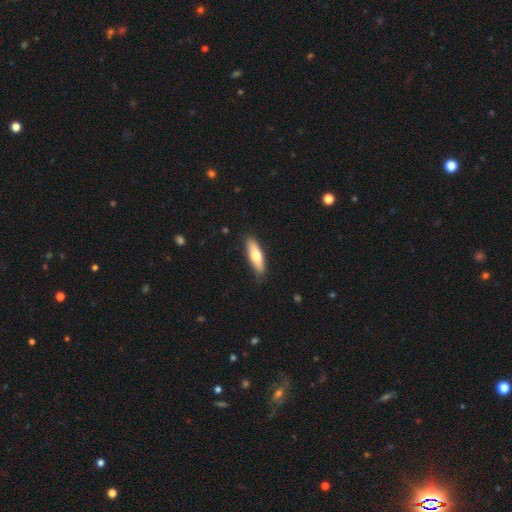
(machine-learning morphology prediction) Smooth or featured? Predicted: smooth (p=0.60). How rounded? Predicted: cigar-shaped (p=0.53). Merging? Predicted: none (p=0.86).